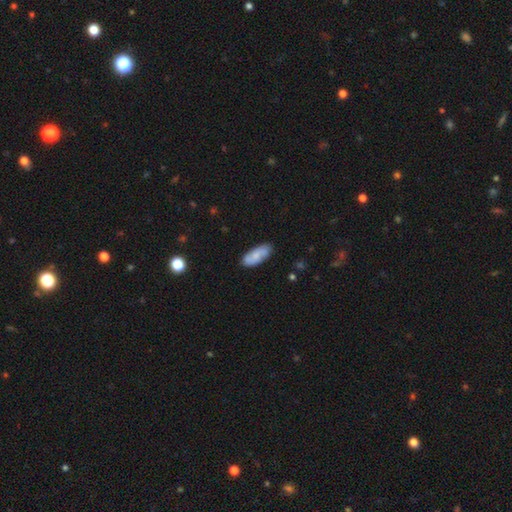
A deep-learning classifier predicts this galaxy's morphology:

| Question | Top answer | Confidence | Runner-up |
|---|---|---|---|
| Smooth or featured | smooth | 65% | featured or disk (29%) |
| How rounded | in between | 80% | cigar-shaped (18%) |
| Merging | none | 82% | minor disturbance (14%) |